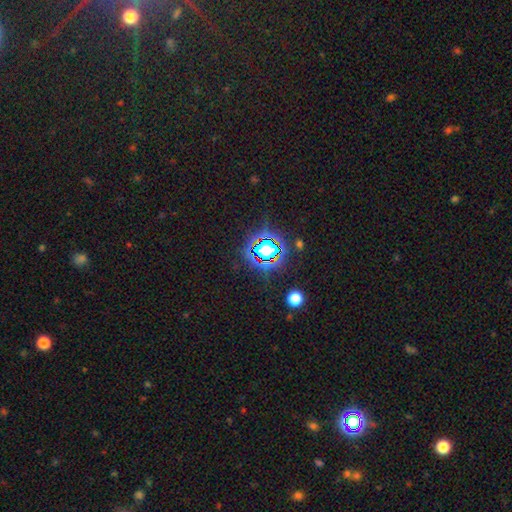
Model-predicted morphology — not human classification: Smooth or featured? star or artifact (78%)